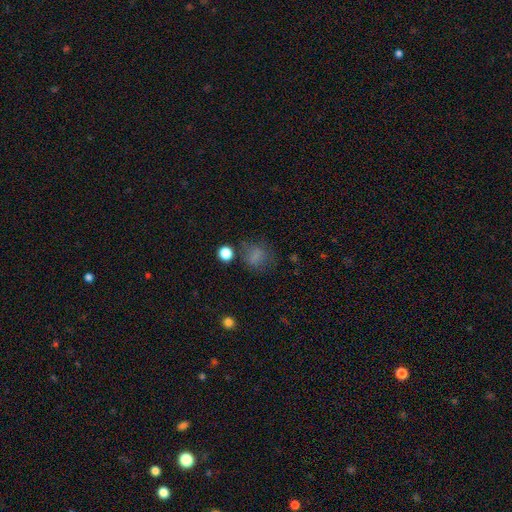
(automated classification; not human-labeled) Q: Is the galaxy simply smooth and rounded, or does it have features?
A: smooth — 74%.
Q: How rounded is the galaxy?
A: round — 67%.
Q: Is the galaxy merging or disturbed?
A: none — 62%.